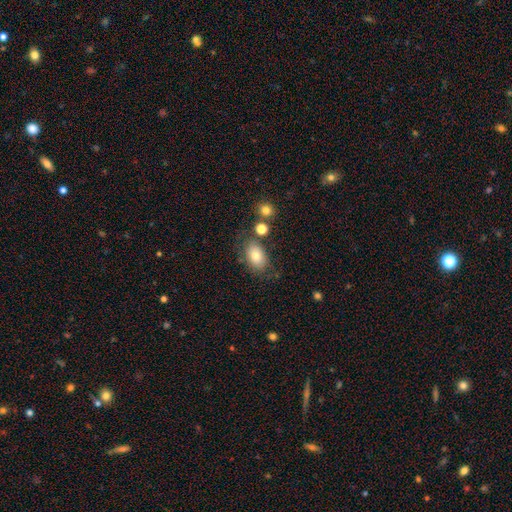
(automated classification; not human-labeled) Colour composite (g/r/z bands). It shows a smooth galaxy with no disk features (78%) that is in between round and cigar-shaped (87%). Merging: none (71%).